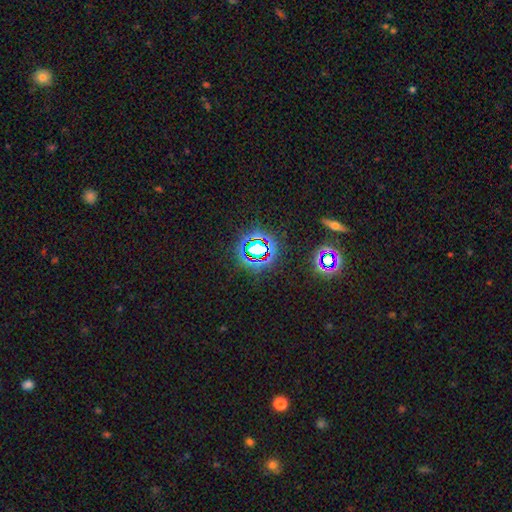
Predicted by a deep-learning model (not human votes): Smooth or featured: star or artifact — 73% (smooth — 17%)